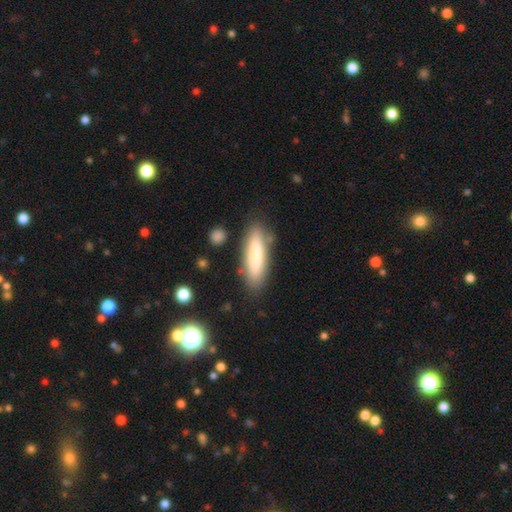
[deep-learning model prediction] The model was most divided on "how rounded": cigar-shaped: 66%, in between: 32%, round: 2%. More confident: merging — none (80%); smooth or featured — smooth (79%).